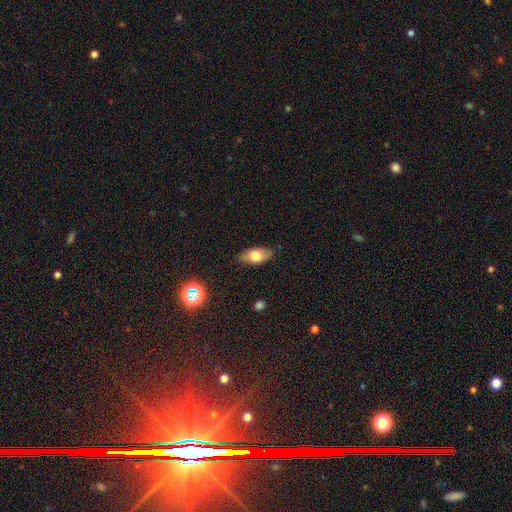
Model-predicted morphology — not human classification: The model was most divided on "smooth or featured": smooth: 73%, featured or disk: 19%, star or artifact: 8%. More confident: how rounded — in between (87%); merging — none (83%).